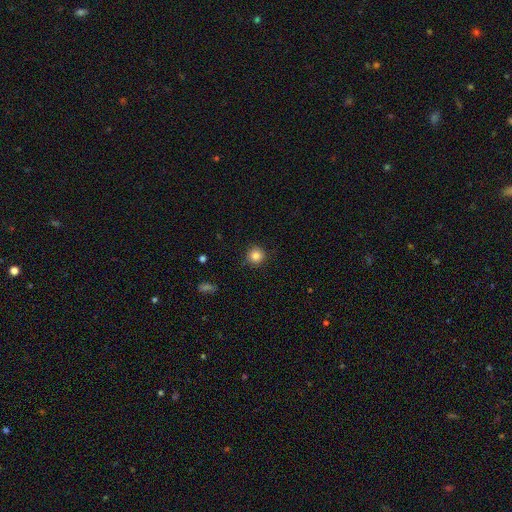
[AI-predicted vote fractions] A smooth galaxy with no disk features (84%) that is round (95%).

Vote fractions:
- Smooth or featured? smooth: 84% / star or artifact: 11% / featured or disk: 5%
- How rounded? round: 95% / in between: 4% / cigar-shaped: 1%
- Merging? none: 90% / minor disturbance: 7% / major disturbance: 2% / merger: 1%